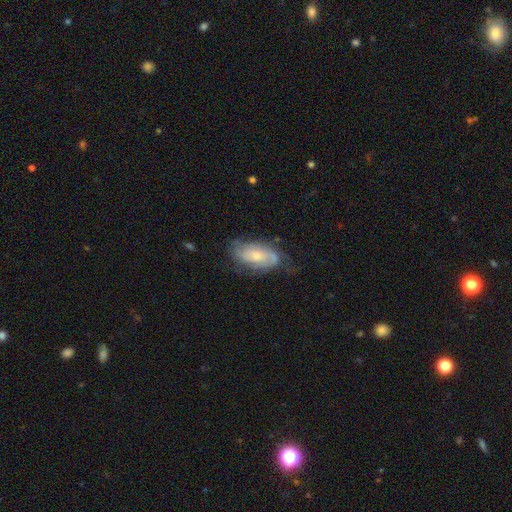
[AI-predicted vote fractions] Smooth or featured?
  - featured or disk: 65% *
  - smooth: 28%
  - star or artifact: 7%
Edge-on disk?
  - no: 93% *
  - yes: 7%
Bar?
  - no: 66% *
  - weak: 28%
  - strong: 6%
Spiral arms?
  - yes: 84% *
  - no: 16%
Spiral winding?
  - tight: 46% *
  - medium: 37%
  - loose: 17%
Spiral arm count?
  - 2: 40% *
  - can't tell: 38%
  - 3: 11%
  - 1: 4%
  - 4: 4%
  - more than 4: 3%
Bulge size?
  - small: 51% *
  - moderate: 42%
  - large: 3%
  - none: 3%
  - dominant: 1%
Merging?
  - none: 60% *
  - minor disturbance: 27%
  - major disturbance: 12%
  - merger: 2%